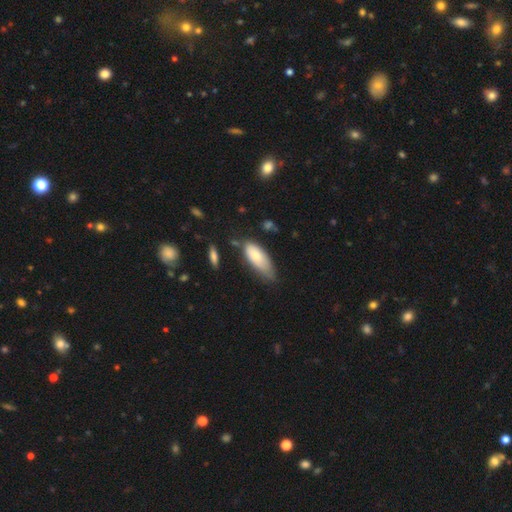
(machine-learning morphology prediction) Smooth or featured? Predicted: smooth (p=0.74). How rounded? Predicted: in between (p=0.79). Merging? Predicted: minor disturbance (p=0.42).